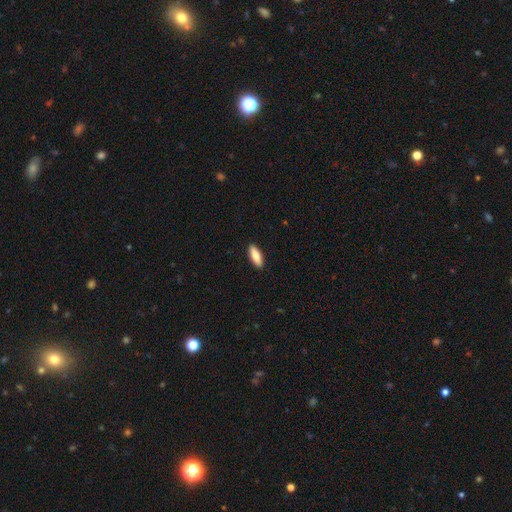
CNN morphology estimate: Smooth or featured?
  - smooth: 83% *
  - featured or disk: 12%
  - star or artifact: 6%
How rounded?
  - in between: 61% *
  - cigar-shaped: 37%
  - round: 2%
Merging?
  - none: 91% *
  - minor disturbance: 7%
  - major disturbance: 2%
  - merger: 1%